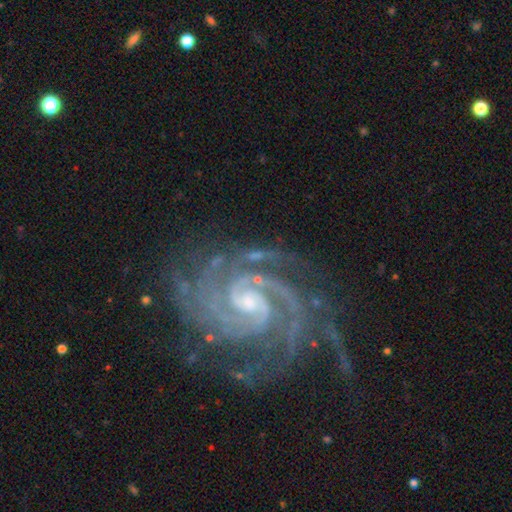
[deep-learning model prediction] This appears to be a featured or disk galaxy (92%) with no bar (53%), 2 (34%) tight (68%) spiral arms (99%) and a small central bulge (61%). Merging: none (70%).